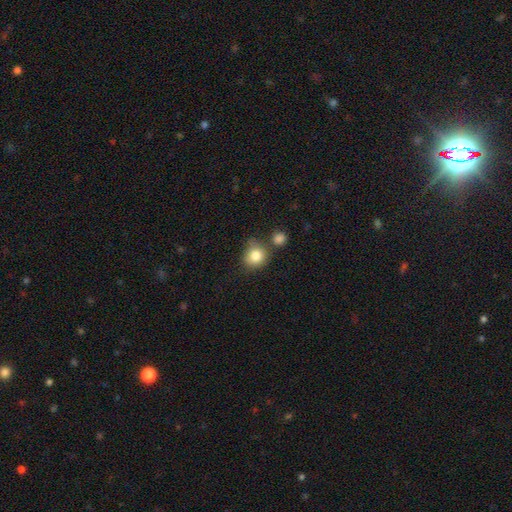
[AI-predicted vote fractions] smooth_or_featured: smooth (p=0.82) [alt: star or artifact p=0.10]
how_rounded: round (p=0.78) [alt: in between p=0.21]
merging: none (p=0.60) [alt: minor disturbance p=0.19]